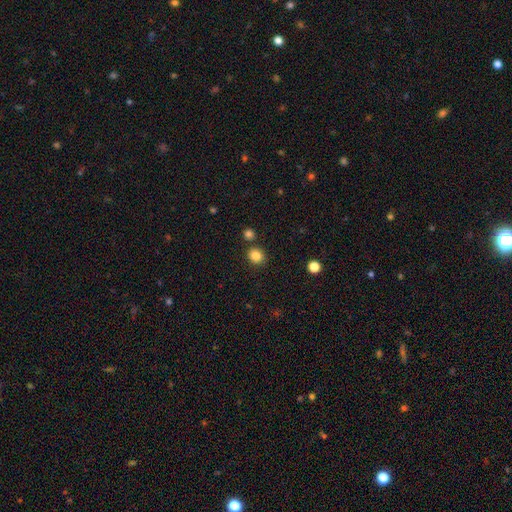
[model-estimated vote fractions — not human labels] Smooth or featured?
  - smooth: 84% *
  - star or artifact: 11%
  - featured or disk: 4%
How rounded?
  - round: 78% *
  - in between: 21%
  - cigar-shaped: 1%
Merging?
  - none: 82% *
  - minor disturbance: 8%
  - merger: 8%
  - major disturbance: 3%